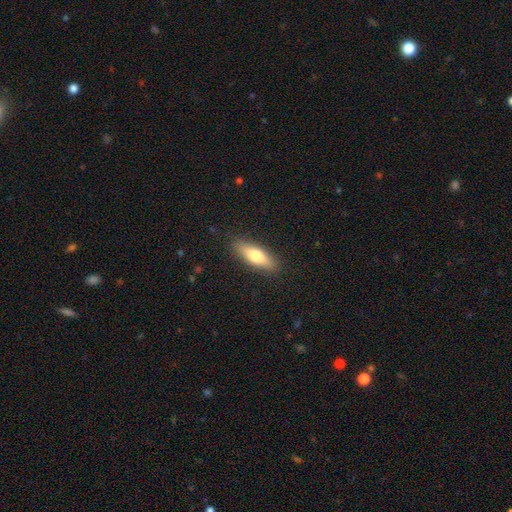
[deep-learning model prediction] This appears to be a smooth galaxy with no disk features (70%) that is in between round and cigar-shaped (50%). Merging: none (87%).